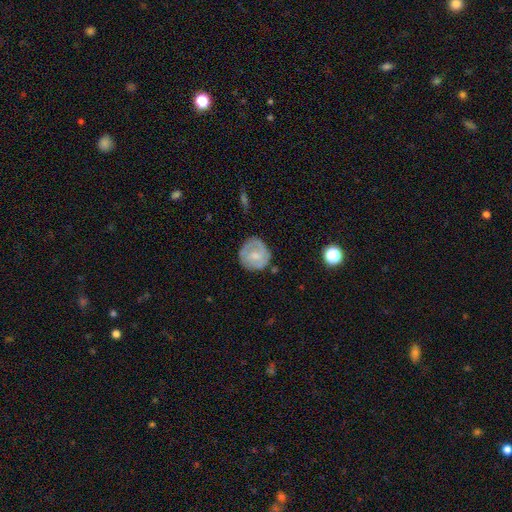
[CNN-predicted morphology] Overall: featured or disk (49%; smooth 44%). Merging: none (73%).